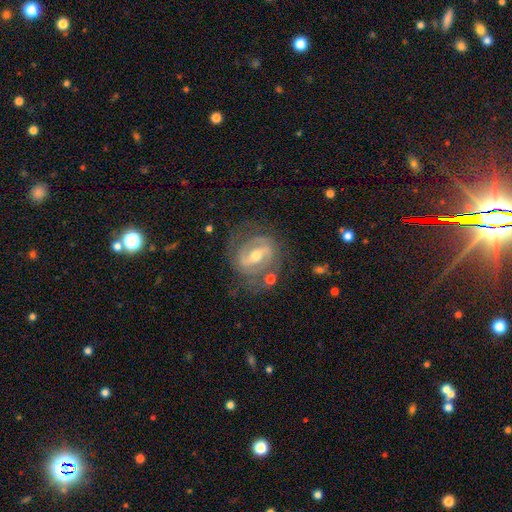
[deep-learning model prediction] A featured or disk galaxy (86%) with a strong bar (56%), 2 (75%) tight (46%) spiral arms (89%) and a moderate central bulge (64%). Merging: none (72%).